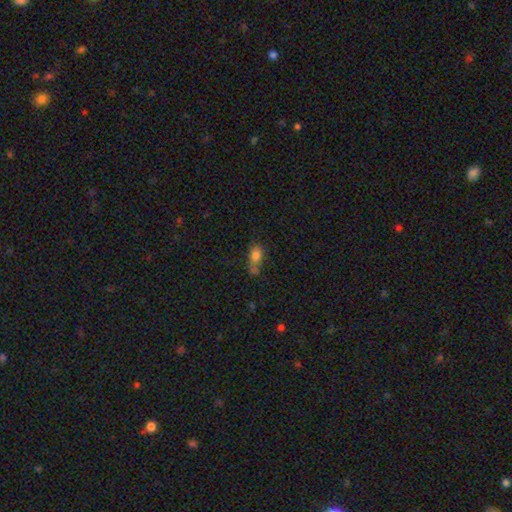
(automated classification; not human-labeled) The model was most divided on "merging": none: 32%, merger: 27%, minor disturbance: 24%, major disturbance: 17%. More confident: how rounded — in between (76%); smooth or featured — smooth (76%).